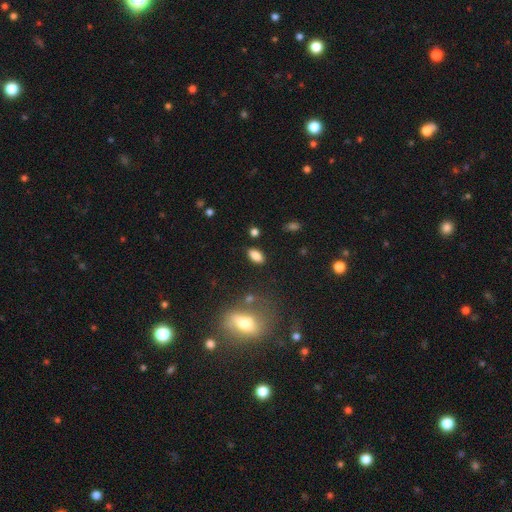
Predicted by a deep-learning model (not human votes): A smooth galaxy with no disk features (84%) that is in between round and cigar-shaped (88%). Merging: none (84%).